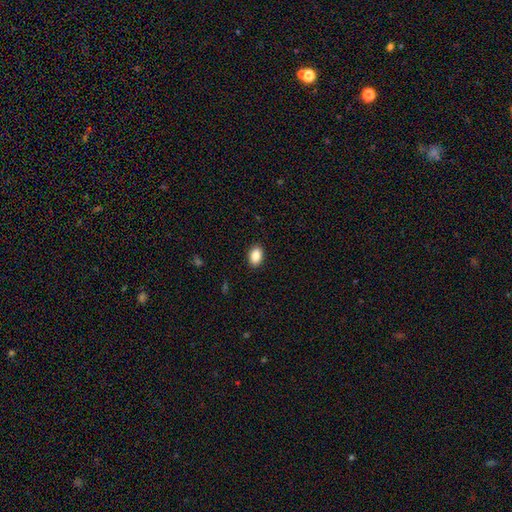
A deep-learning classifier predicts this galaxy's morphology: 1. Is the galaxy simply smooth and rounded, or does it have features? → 89% smooth, 8% star or artifact, 4% featured or disk.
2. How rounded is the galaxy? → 88% in between, 11% round, 1% cigar-shaped.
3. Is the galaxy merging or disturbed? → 90% none, 7% minor disturbance, 2% major disturbance, 1% merger.